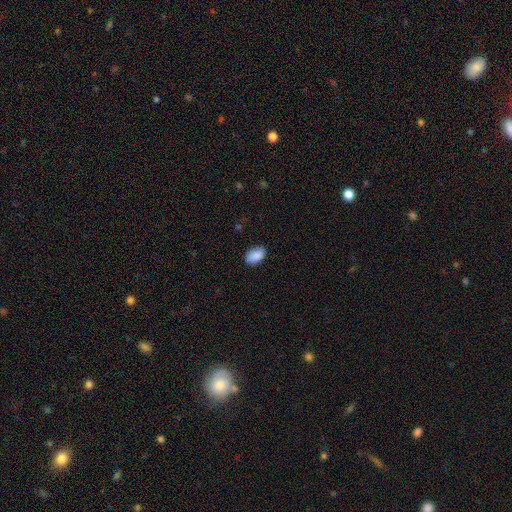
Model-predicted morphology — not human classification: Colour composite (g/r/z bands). It shows a smooth galaxy with no disk features (90%) that is in between round and cigar-shaped (90%). Merging: none (85%).